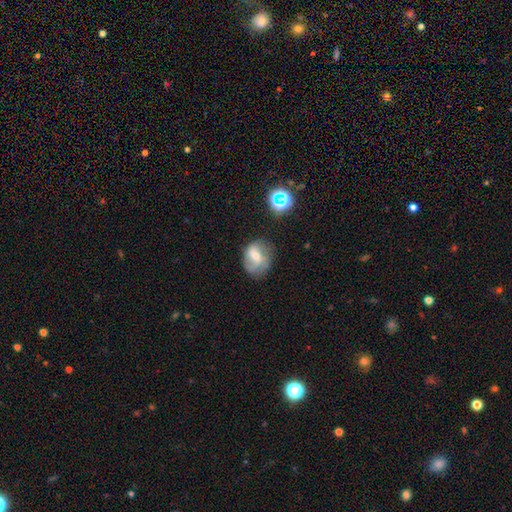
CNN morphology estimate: type=featured or disk (44%, tied with smooth); merging=none (59%).